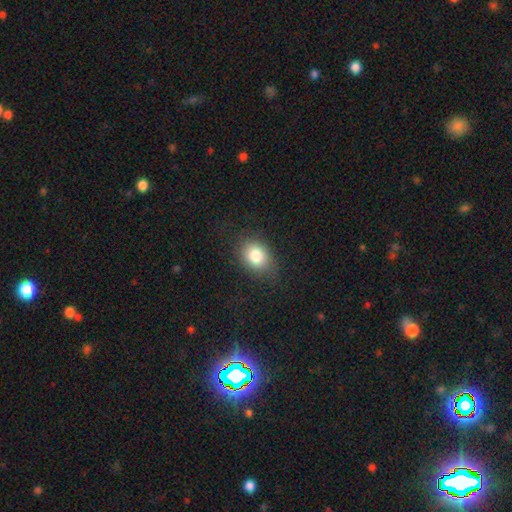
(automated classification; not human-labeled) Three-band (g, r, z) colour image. It shows a smooth galaxy with no disk features (81%) that is in between round and cigar-shaped (65%). Merging: none (79%).